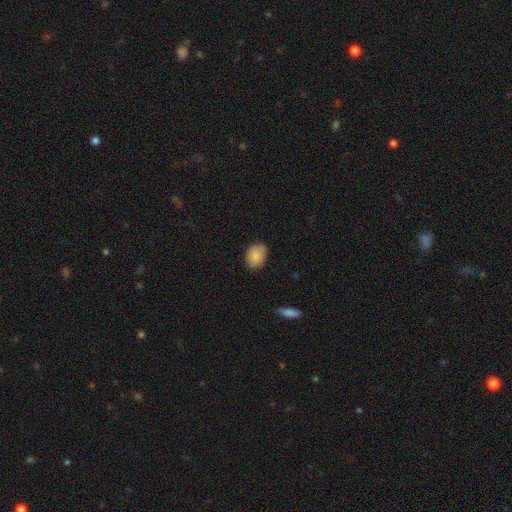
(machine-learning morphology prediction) The model was most divided on "how rounded": in between: 70%, round: 29%, cigar-shaped: 1%. More confident: smooth or featured — smooth (87%); merging — none (80%).